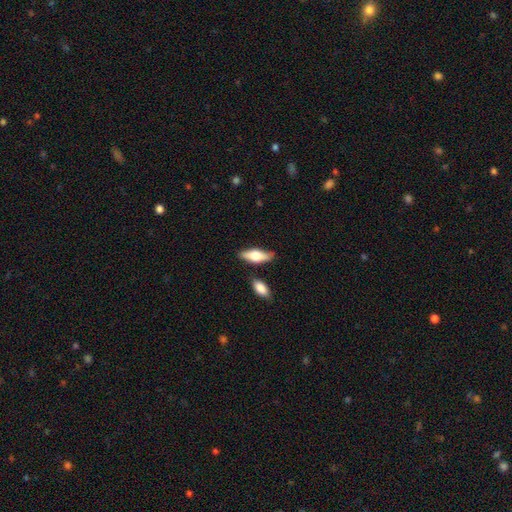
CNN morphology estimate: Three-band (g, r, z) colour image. It shows a smooth galaxy with no disk features (60%) that is in between round and cigar-shaped (70%). Merging: none (74%).